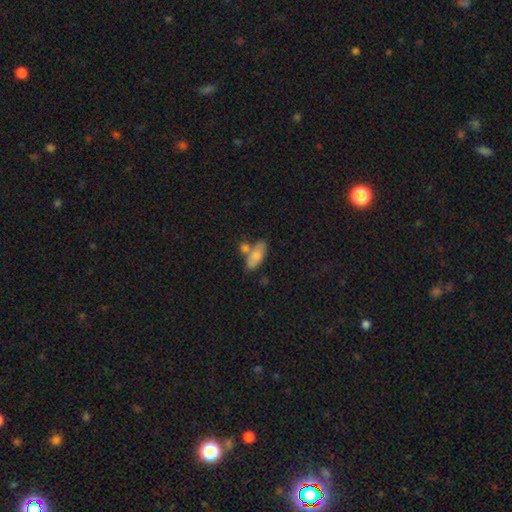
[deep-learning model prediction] smooth 78%, featured or disk 16%, star or artifact 7%. Down the decision tree: how rounded — in between (79%); merging — none (51%).